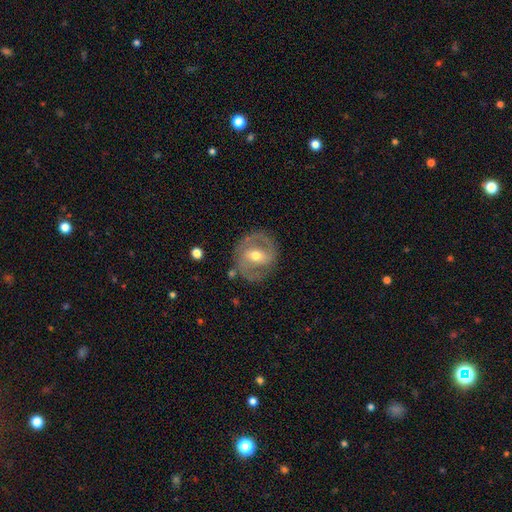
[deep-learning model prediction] A featured or disk galaxy (80%) with a weak bar (43%), 2 (87%) medium (52%) spiral arms (84%) and a moderate central bulge (67%).

Vote fractions:
- Smooth or featured? featured or disk: 80% / smooth: 15% / star or artifact: 6%
- Edge-on disk? no: 97% / yes: 3%
- Bar? weak: 43% / strong: 32% / no: 25%
- Spiral arms? yes: 84% / no: 16%
- Spiral winding? medium: 52% / tight: 31% / loose: 17%
- Spiral arm count? 2: 87% / can't tell: 7% / 1: 3% / 3: 2% / 4: 1% / more than 4: 1%
- Bulge size? moderate: 67% / small: 28% / large: 4% / none: 1% / dominant: 1%
- Merging? none: 79% / minor disturbance: 13% / major disturbance: 6% / merger: 2%